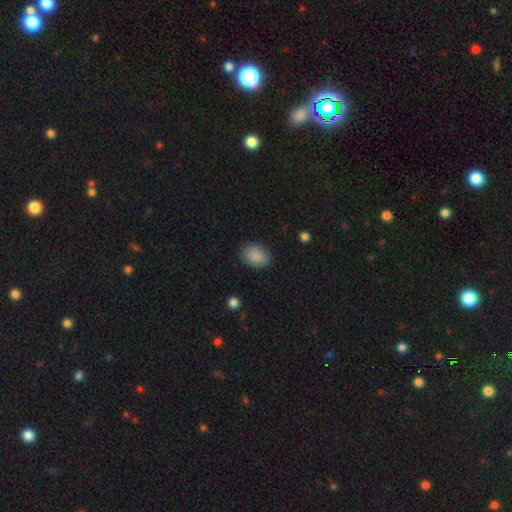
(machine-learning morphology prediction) This appears to be a smooth galaxy with no disk features (89%) that is in between round and cigar-shaped (71%). Merging: none (86%).